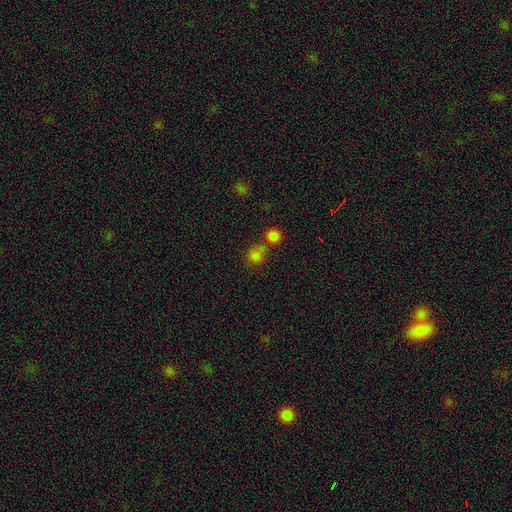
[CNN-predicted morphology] smooth 76%, star or artifact 17%, featured or disk 6%. Down the decision tree: how rounded — round (81%); merging — none (48%).